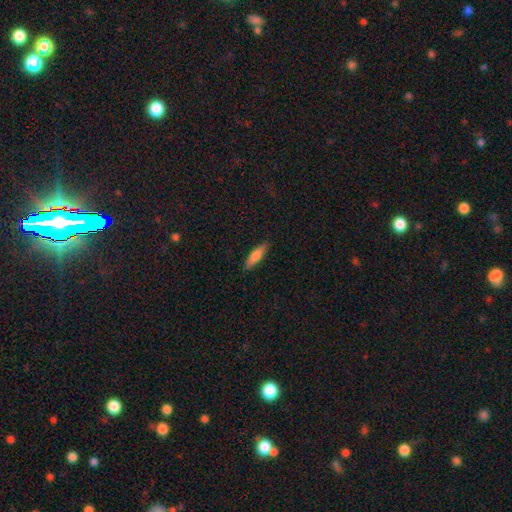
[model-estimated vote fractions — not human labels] Smooth or featured? smooth (77%)
How rounded? cigar-shaped (62%)
Merging? none (87%)